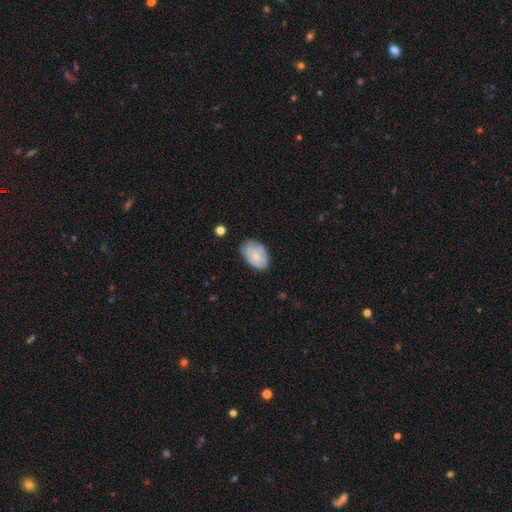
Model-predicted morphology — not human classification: type=smooth (75%); roundness=in between (89%); merging=none (69%).